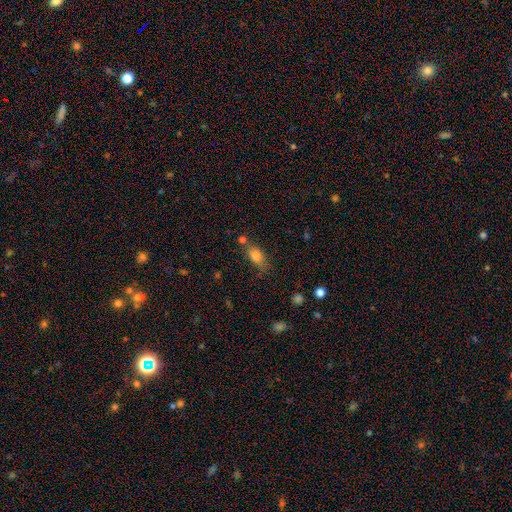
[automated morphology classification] A smooth galaxy with no disk features (78%) that is in between round and cigar-shaped (77%). Merging: none (60%).